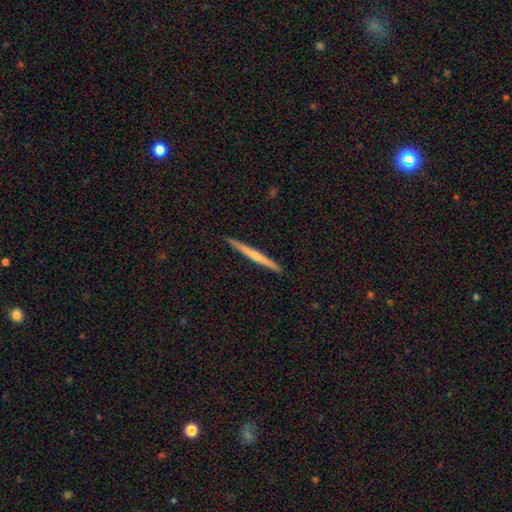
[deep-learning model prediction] featured or disk 52%, smooth 43%, star or artifact 5%. Down the decision tree: edge-on disk — yes (98%); edge-on bulge — none (58%); merging — none (93%).